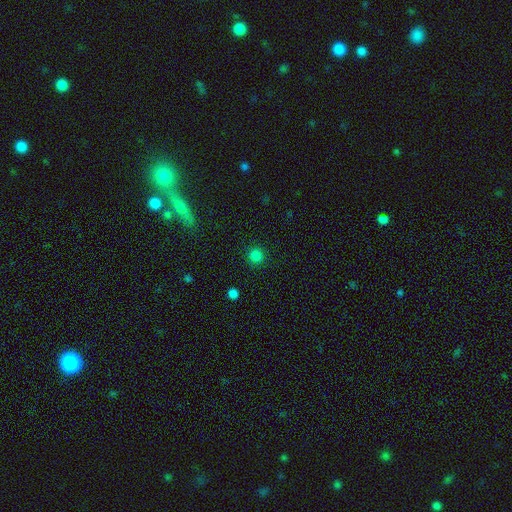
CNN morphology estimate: Q: Smooth or featured?
A: smooth (83%); runner-up: star or artifact (14%)
Q: How rounded?
A: round (95%); runner-up: in between (4%)
Q: Merging?
A: none (91%); runner-up: minor disturbance (5%)